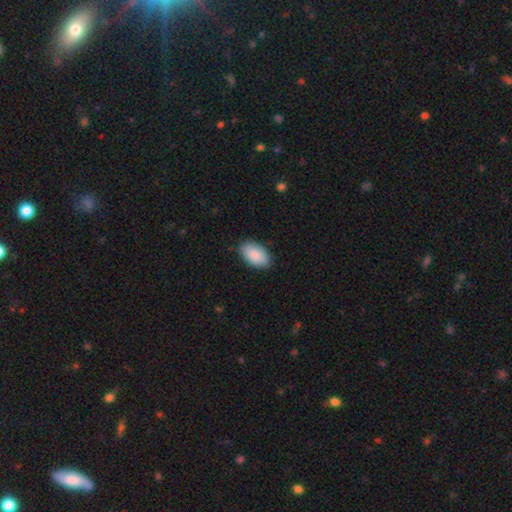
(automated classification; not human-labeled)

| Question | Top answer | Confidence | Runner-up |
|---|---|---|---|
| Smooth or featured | smooth | 90% | star or artifact (6%) |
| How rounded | in between | 95% | round (3%) |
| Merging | none | 86% | minor disturbance (11%) |